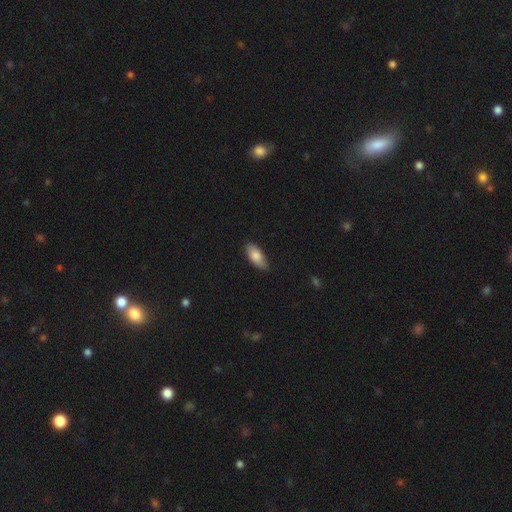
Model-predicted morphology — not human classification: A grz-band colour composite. It shows a smooth galaxy with no disk features (83%) that is in between round and cigar-shaped (87%). Merging: none (85%).